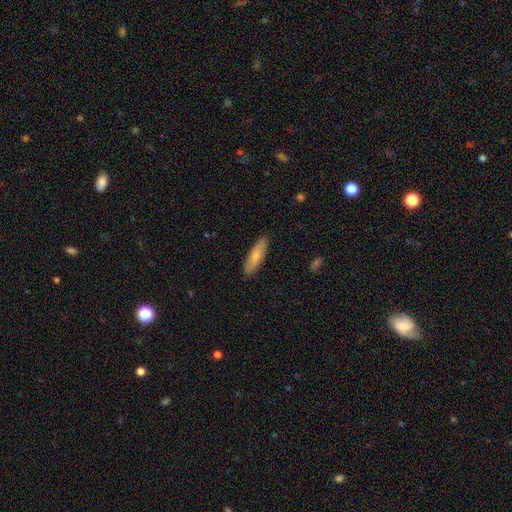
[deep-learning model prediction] A smooth galaxy with no disk features (74%) that is cigar-shaped (57%).

Vote fractions:
- Smooth or featured? smooth: 74% / featured or disk: 20% / star or artifact: 5%
- How rounded? cigar-shaped: 57% / in between: 42% / round: 2%
- Merging? none: 88% / minor disturbance: 9% / major disturbance: 2% / merger: 1%